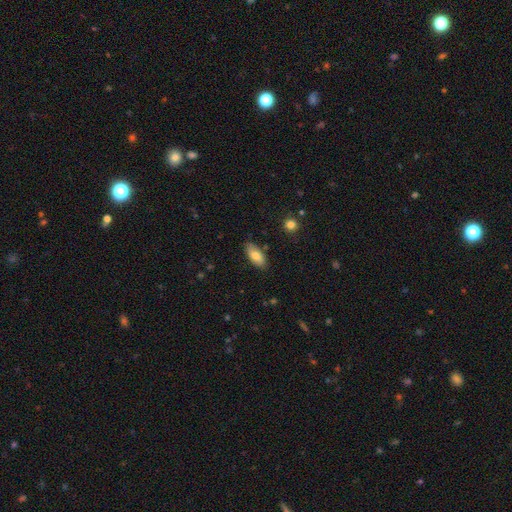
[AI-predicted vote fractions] A smooth galaxy with no disk features (79%) that is in between round and cigar-shaped (88%). Merging: none (83%).